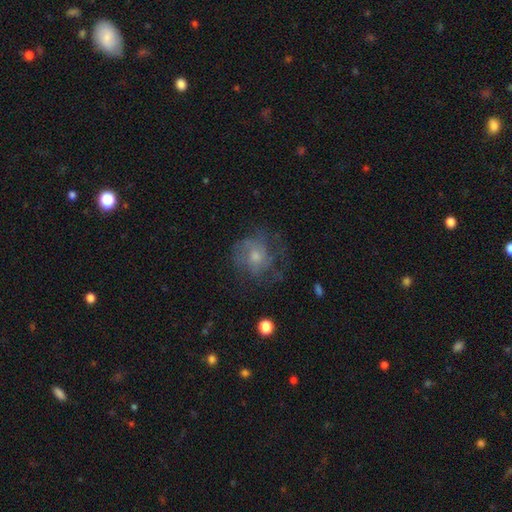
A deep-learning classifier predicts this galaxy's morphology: smooth-or-featured: featured or disk: 50% | smooth: 39% | star or artifact: 11%
  merging: none: 52% | major disturbance: 24% | minor disturbance: 22% | merger: 2%